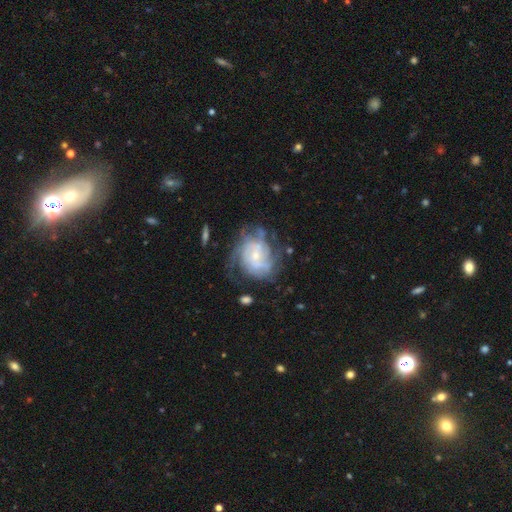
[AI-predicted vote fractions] Smooth or featured?
  - featured or disk: 80% *
  - smooth: 13%
  - star or artifact: 7%
Edge-on disk?
  - no: 97% *
  - yes: 3%
Bar?
  - no: 60% *
  - weak: 33%
  - strong: 6%
Spiral arms?
  - yes: 88% *
  - no: 12%
Spiral winding?
  - tight: 55% *
  - medium: 33%
  - loose: 12%
Spiral arm count?
  - can't tell: 46% *
  - 2: 17%
  - 3: 15%
  - 4: 12%
  - more than 4: 6%
  - 1: 5%
Bulge size?
  - small: 64% *
  - moderate: 27%
  - none: 5%
  - large: 3%
  - dominant: 1%
Merging?
  - none: 58% *
  - minor disturbance: 21%
  - major disturbance: 17%
  - merger: 3%